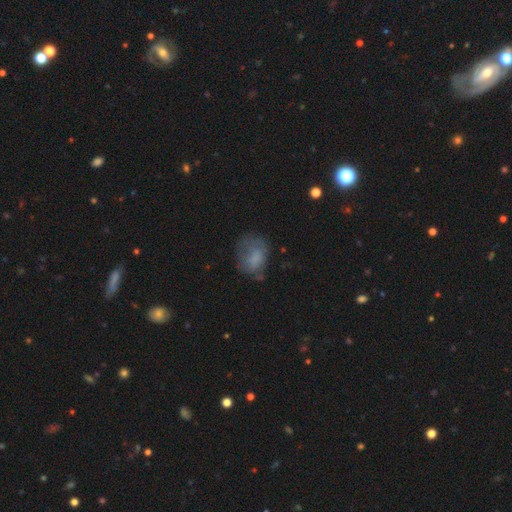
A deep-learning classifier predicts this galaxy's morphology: Smooth or featured?
  - smooth: 64% *
  - featured or disk: 24%
  - star or artifact: 12%
How rounded?
  - in between: 63% *
  - round: 35%
  - cigar-shaped: 1%
Merging?
  - none: 47% *
  - minor disturbance: 27%
  - major disturbance: 23%
  - merger: 3%